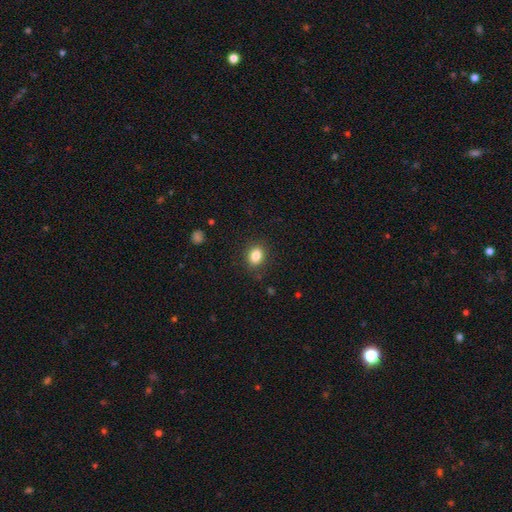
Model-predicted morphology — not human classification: Smooth or featured?
  - smooth: 84% *
  - star or artifact: 10%
  - featured or disk: 6%
How rounded?
  - in between: 57% *
  - round: 42%
  - cigar-shaped: 1%
Merging?
  - none: 86% *
  - minor disturbance: 10%
  - major disturbance: 3%
  - merger: 1%